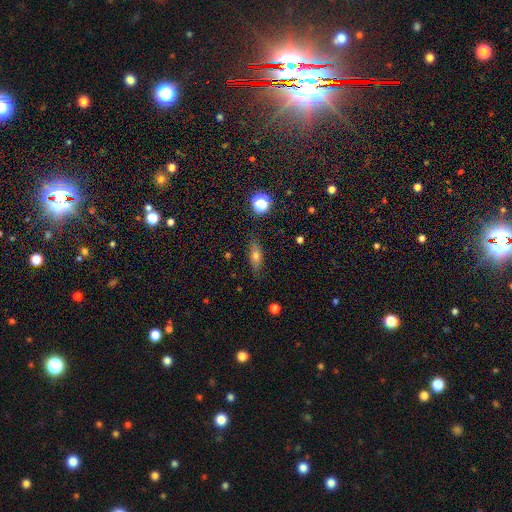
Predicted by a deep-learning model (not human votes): smooth_or_featured: smooth (p=0.64) [alt: featured or disk p=0.25]
how_rounded: in between (p=0.62) [alt: cigar-shaped p=0.30]
merging: none (p=0.83) [alt: minor disturbance p=0.12]